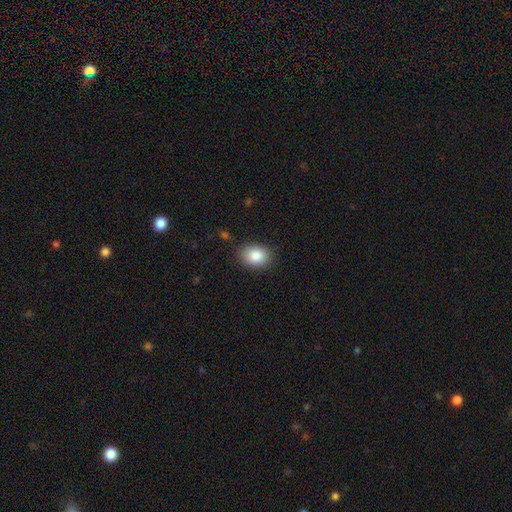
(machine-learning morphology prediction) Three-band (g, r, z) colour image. It shows a smooth galaxy with no disk features (87%) that is in between round and cigar-shaped (71%). Merging: none (85%).